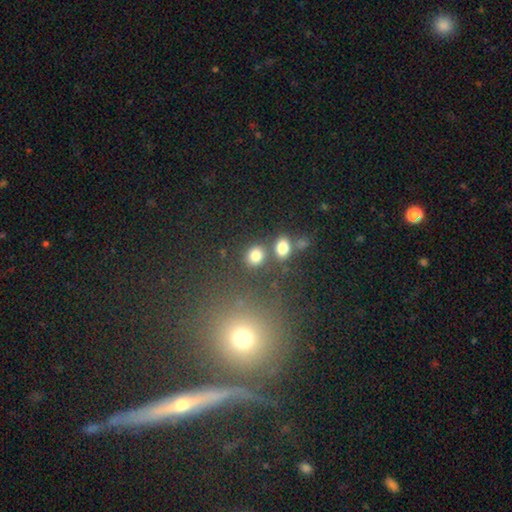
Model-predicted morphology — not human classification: The model was most divided on "how rounded": round: 61%, in between: 37%, cigar-shaped: 1%. More confident: smooth or featured — smooth (80%); merging — none (67%).